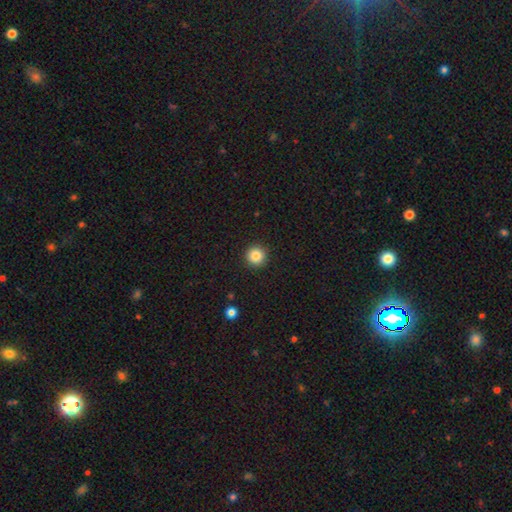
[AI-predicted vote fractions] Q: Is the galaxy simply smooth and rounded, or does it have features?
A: smooth — 85%.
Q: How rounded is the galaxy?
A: round — 96%.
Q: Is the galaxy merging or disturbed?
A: none — 93%.